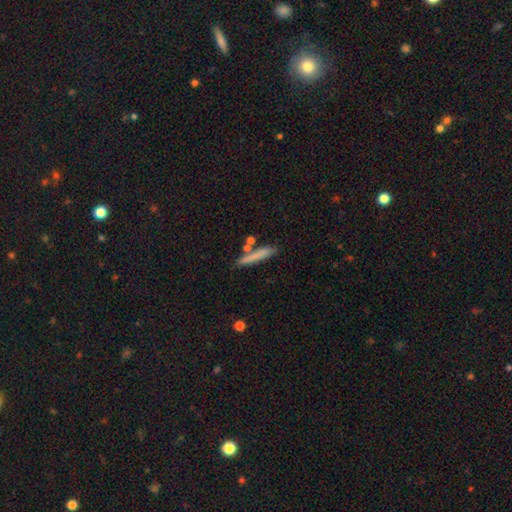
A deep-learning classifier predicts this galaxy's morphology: smooth_or_featured: smooth (p=0.75) [alt: featured or disk p=0.19]
how_rounded: cigar-shaped (p=0.93) [alt: in between p=0.05]
merging: none (p=0.78) [alt: minor disturbance p=0.11]